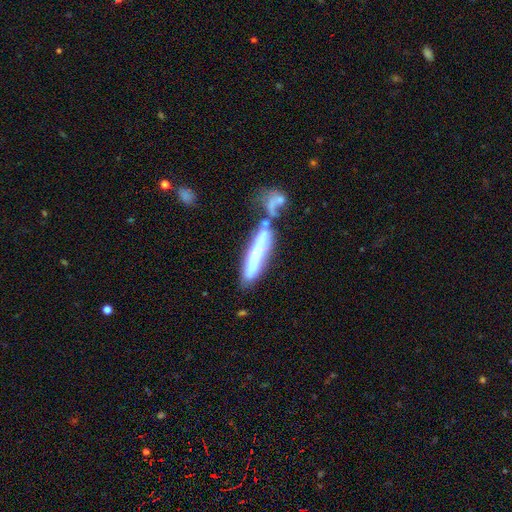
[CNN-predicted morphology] Smooth or featured? smooth (51%)
How rounded? cigar-shaped (86%)
Merging? none (38%)